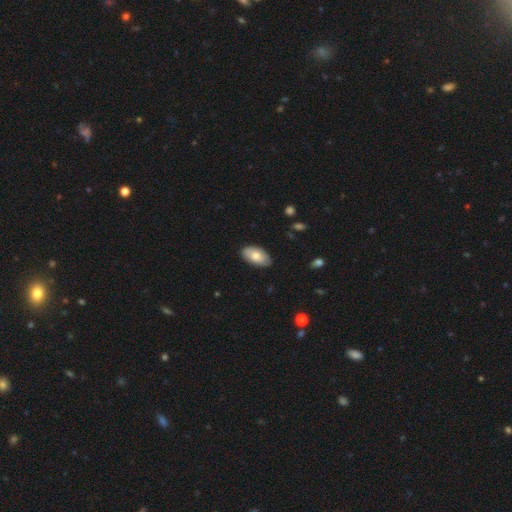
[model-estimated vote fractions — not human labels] The model was most divided on "smooth or featured": smooth: 72%, featured or disk: 22%, star or artifact: 6%. More confident: how rounded — in between (95%); merging — none (83%).